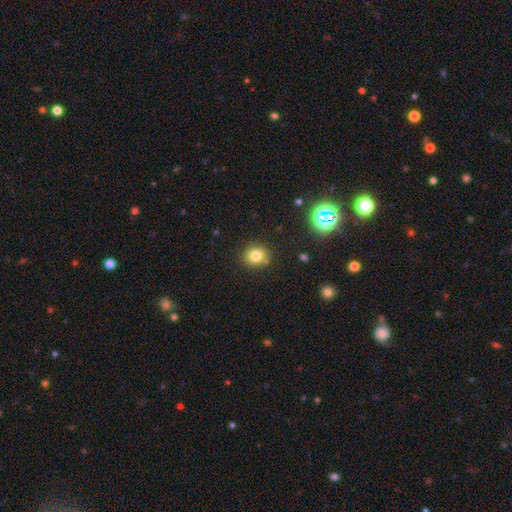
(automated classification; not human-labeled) smooth 79%, star or artifact 14%, featured or disk 7%. Down the decision tree: how rounded — round (80%); merging — none (85%).